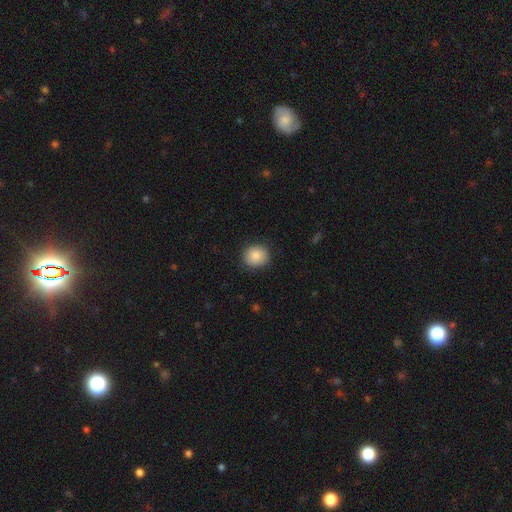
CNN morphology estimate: This appears to be a smooth galaxy with no disk features (86%) that is round (84%). Merging: none (87%).